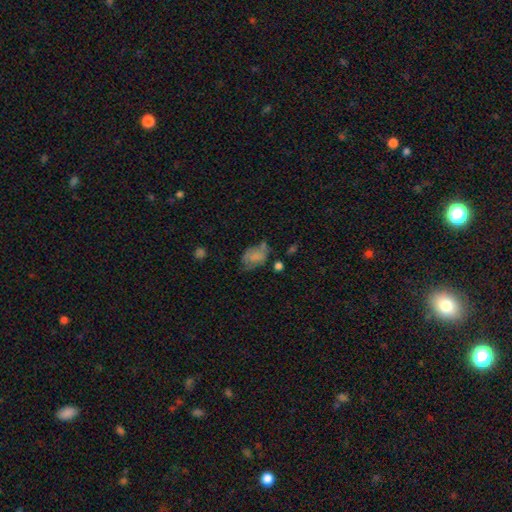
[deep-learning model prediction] This is likely a smooth galaxy (65%). How rounded: clearly in between (84%). Merging: marginally none (36%).